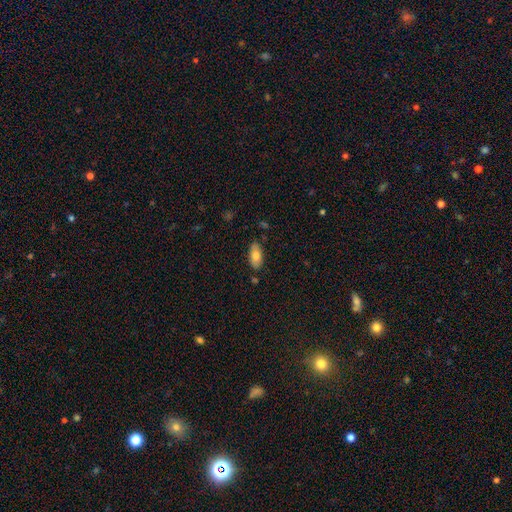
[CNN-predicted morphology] A smooth galaxy with no disk features (76%) that is in between round and cigar-shaped (90%). Merging: none (82%).